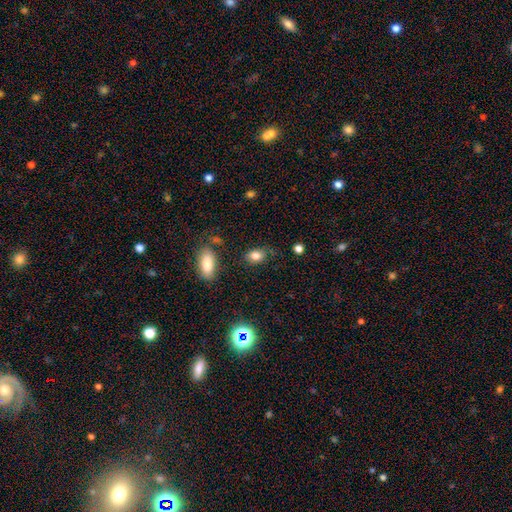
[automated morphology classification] A smooth galaxy with no disk features (82%) that is in between round and cigar-shaped (77%).

Vote fractions:
- Smooth or featured? smooth: 82% / star or artifact: 10% / featured or disk: 7%
- How rounded? in between: 77% / round: 21% / cigar-shaped: 2%
- Merging? none: 71% / minor disturbance: 20% / major disturbance: 6% / merger: 3%